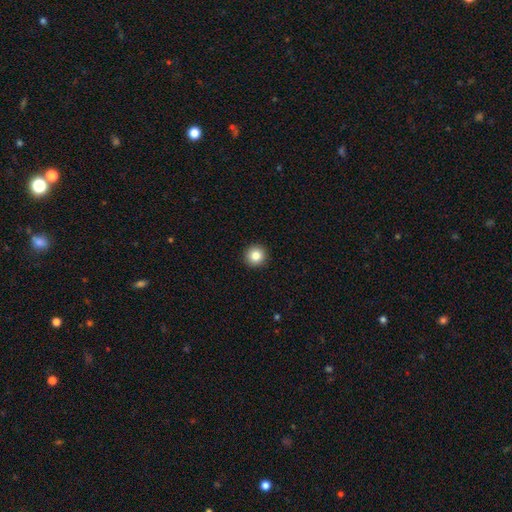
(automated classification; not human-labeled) smooth-or-featured: smooth: 84% | star or artifact: 10% | featured or disk: 6%
  how-rounded: round: 95% | in between: 4% | cigar-shaped: 1%
  merging: none: 94% | minor disturbance: 4% | major disturbance: 1% | merger: 1%